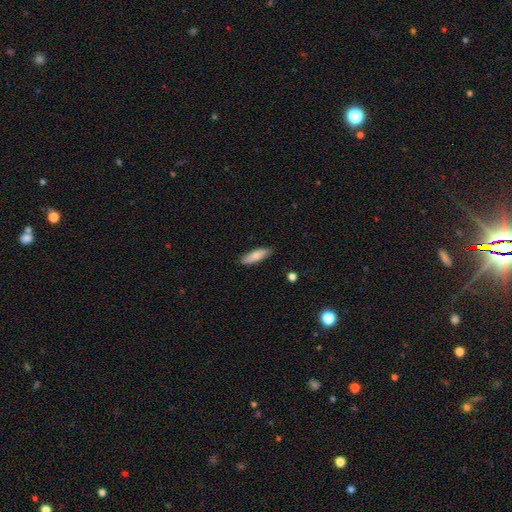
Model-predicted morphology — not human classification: The model was most divided on "how rounded": cigar-shaped: 51%, in between: 47%, round: 2%. More confident: merging — none (86%); smooth or featured — smooth (80%).